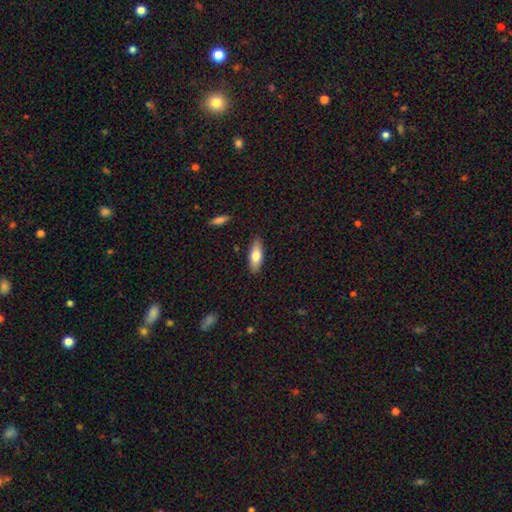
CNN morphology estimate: Smooth or featured? Predicted: smooth (p=0.75). How rounded? Predicted: in between (p=0.67). Merging? Predicted: none (p=0.87).